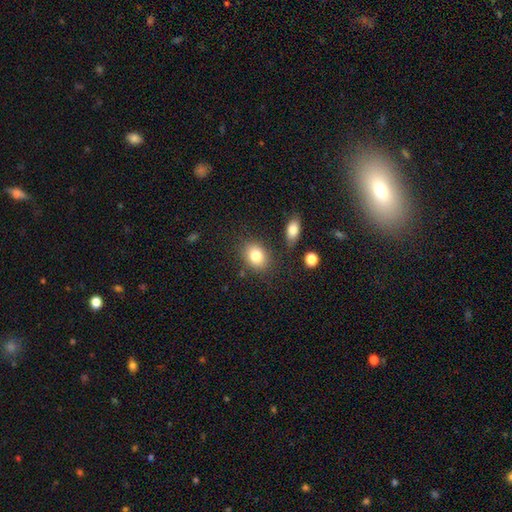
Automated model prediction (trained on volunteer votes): Q: Smooth or featured?
A: smooth (82%); runner-up: star or artifact (9%)
Q: How rounded?
A: in between (60%); runner-up: round (39%)
Q: Merging?
A: none (79%); runner-up: minor disturbance (12%)